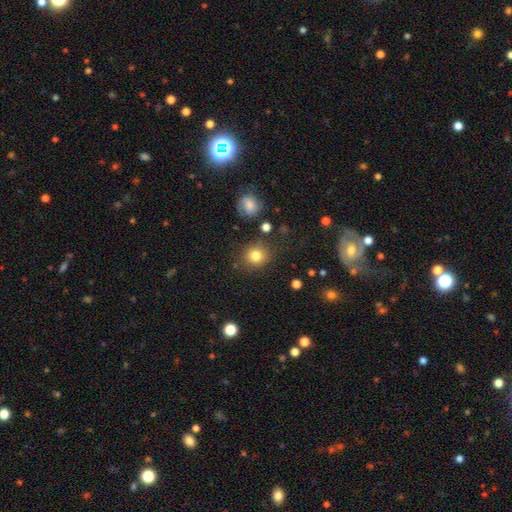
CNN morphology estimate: The model was most divided on "merging": none: 81%, minor disturbance: 11%, major disturbance: 4%, merger: 4%. More confident: how rounded — round (85%); smooth or featured — smooth (82%).